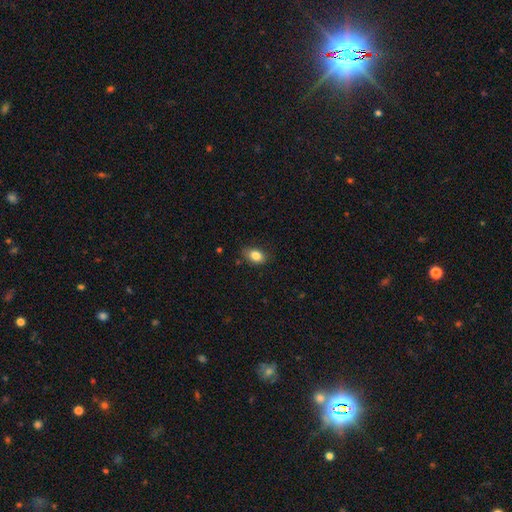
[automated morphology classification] The model was most divided on "merging": none: 79%, minor disturbance: 17%, major disturbance: 3%, merger: 1%. More confident: smooth or featured — smooth (84%); how rounded — in between (82%).